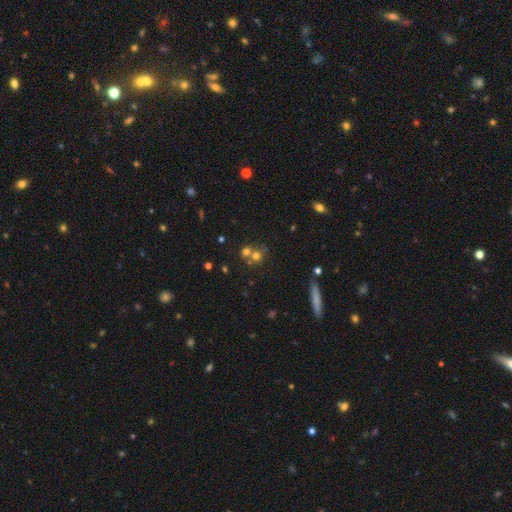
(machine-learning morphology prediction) This appears to be a smooth galaxy with no disk features (62%) that is round (83%). Merging: merger (47%).